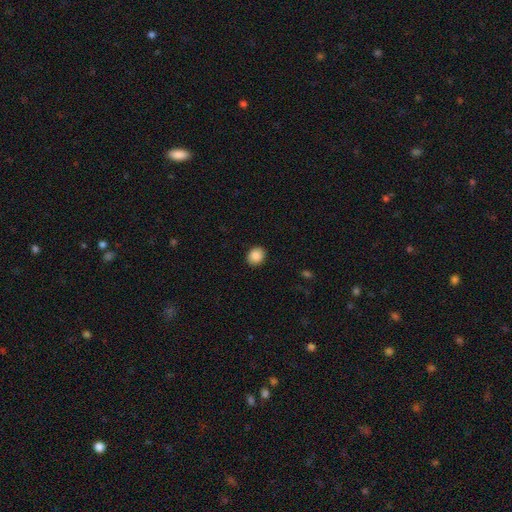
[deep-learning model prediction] Smooth or featured? Predicted: smooth (p=0.88). How rounded? Predicted: round (p=0.65). Merging? Predicted: none (p=0.90).